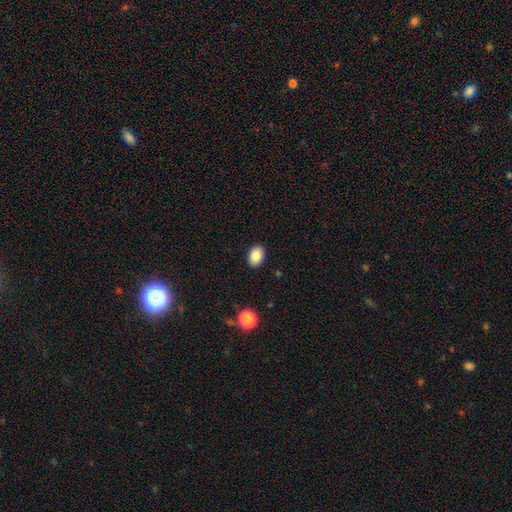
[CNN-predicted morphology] Smooth or featured: smooth — 86% (star or artifact — 8%)
How rounded: in between — 81% (round — 18%)
Merging: none — 89% (minor disturbance — 8%)